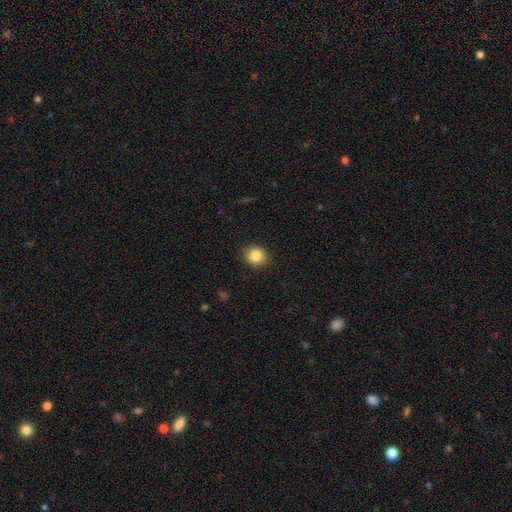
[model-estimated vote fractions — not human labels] A smooth galaxy with no disk features (85%) that is round (74%). Merging: none (90%).